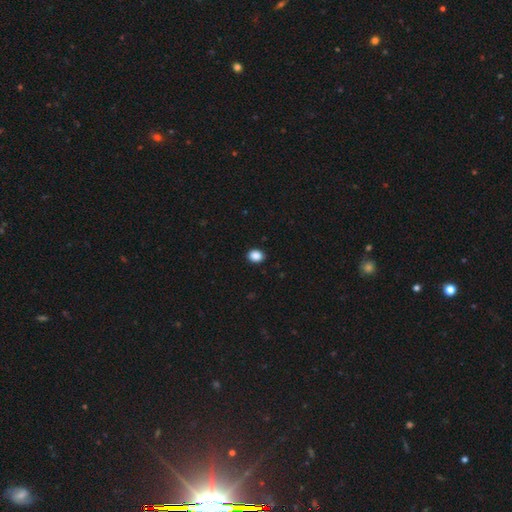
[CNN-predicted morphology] Overall: smooth (88%). How rounded: round (51%; in between 48%). Merging: none (91%).